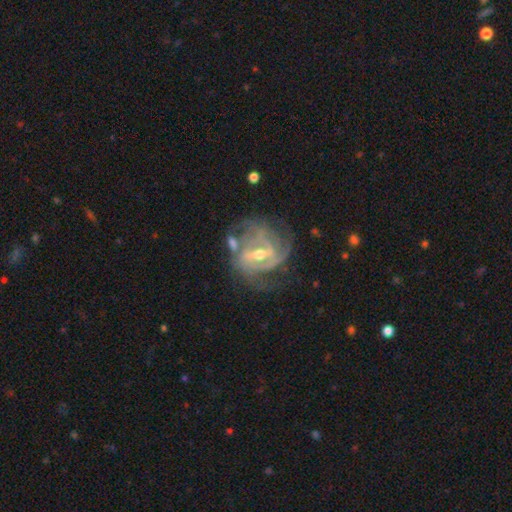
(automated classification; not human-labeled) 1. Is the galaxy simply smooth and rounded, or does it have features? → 84% featured or disk, 10% star or artifact, 7% smooth.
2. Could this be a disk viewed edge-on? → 96% no, 4% yes.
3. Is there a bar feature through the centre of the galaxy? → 43% weak, 38% strong, 19% no.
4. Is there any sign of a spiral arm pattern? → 92% yes, 8% no.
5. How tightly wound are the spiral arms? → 52% tight, 36% medium, 12% loose.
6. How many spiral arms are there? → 29% can't tell, 26% 3, 20% 2, 13% 4, 6% more than 4, 6% 1.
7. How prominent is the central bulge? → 50% moderate, 45% small, 2% large, 2% none, 1% dominant.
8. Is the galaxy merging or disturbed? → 60% none, 18% minor disturbance, 14% major disturbance, 8% merger.